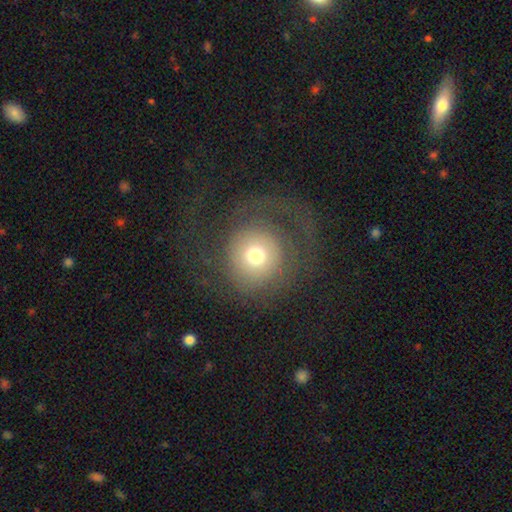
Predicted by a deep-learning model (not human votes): smooth_or_featured: smooth (p=0.60) [alt: featured or disk p=0.28]
how_rounded: round (p=0.93) [alt: in between p=0.06]
merging: none (p=0.56) [alt: major disturbance p=0.30]